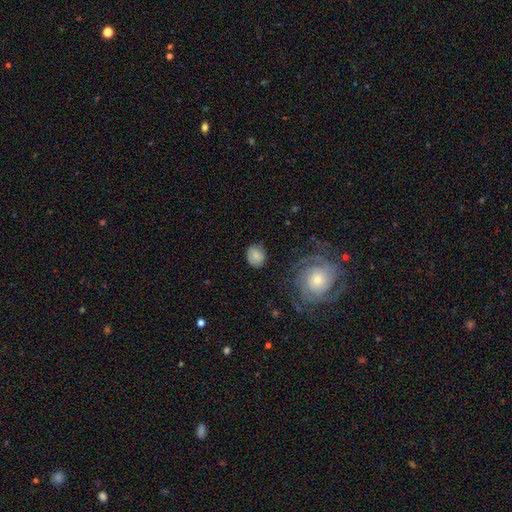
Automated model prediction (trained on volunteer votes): Smooth or featured? smooth (76%)
How rounded? round (64%)
Merging? none (77%)